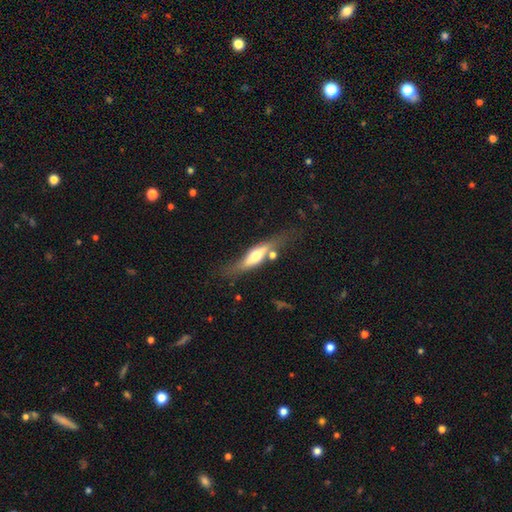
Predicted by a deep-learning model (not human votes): Q: Smooth or featured?
A: featured or disk (58%); runner-up: smooth (35%)
Q: Edge-on disk?
A: yes (82%); runner-up: no (18%)
Q: Merging?
A: none (59%); runner-up: minor disturbance (21%)